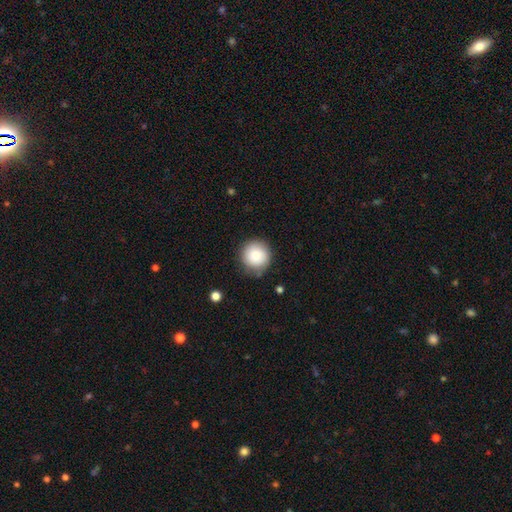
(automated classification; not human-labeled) This appears to be a smooth galaxy with no disk features (83%) that is round (95%). Merging: none (83%).